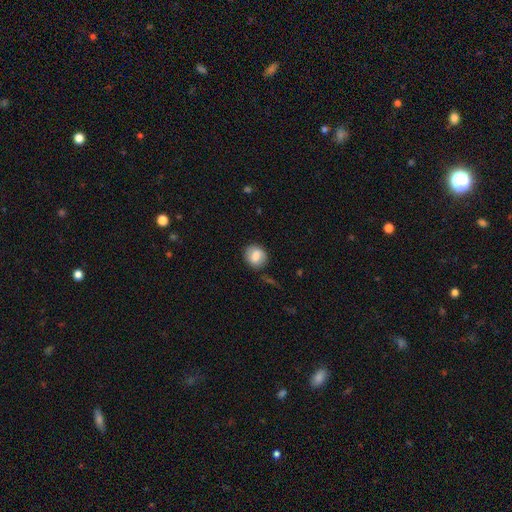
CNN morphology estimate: This is likely a smooth galaxy (76%). How rounded: likely round (75%). Merging: clearly none (82%).